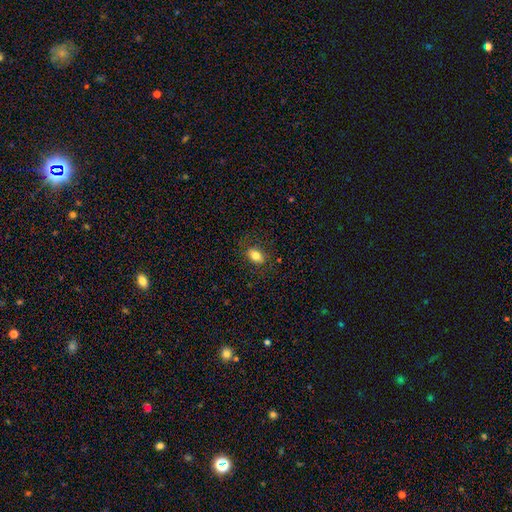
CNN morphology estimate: This appears to be a smooth galaxy with no disk features (80%) that is in between round and cigar-shaped (83%). Merging: none (82%).